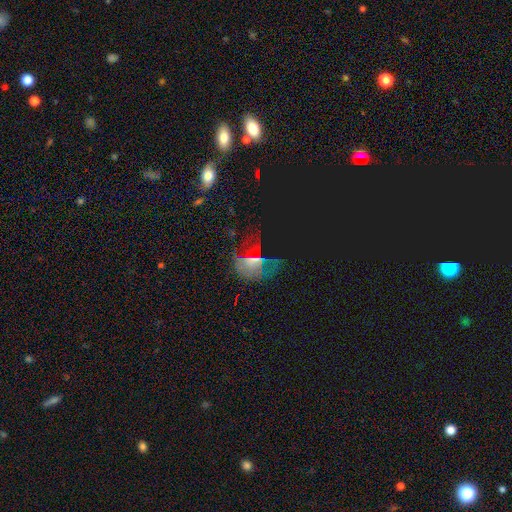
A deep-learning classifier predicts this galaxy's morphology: Q: Smooth or featured?
A: star or artifact (50%); runner-up: smooth (25%)